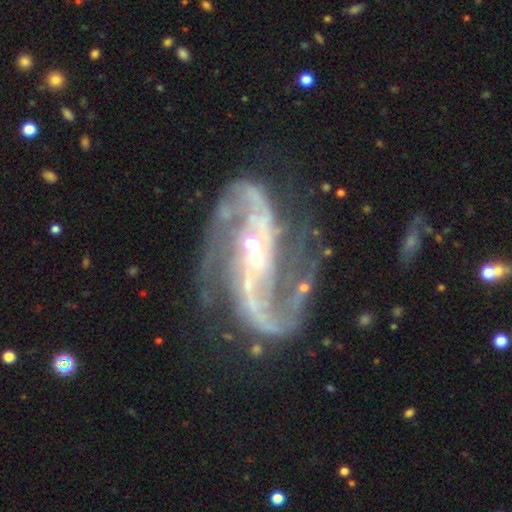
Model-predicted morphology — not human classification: Smooth or featured? Predicted: featured or disk (p=0.92). Edge-on disk? Predicted: no (p=0.97). Bar? Predicted: strong (p=0.37). Spiral arms? Predicted: yes (p=0.98). Spiral winding? Predicted: loose (p=0.51). Spiral arm count? Predicted: 2 (p=0.87). Bulge size? Predicted: small (p=0.74). Merging? Predicted: none (p=0.58).